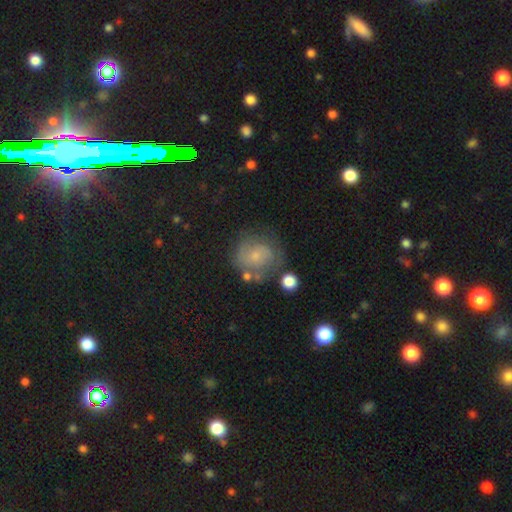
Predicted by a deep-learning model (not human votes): The model was most divided on "smooth or featured": smooth: 52%, featured or disk: 37%, star or artifact: 11%. More confident: how rounded — round (79%); merging — none (56%).